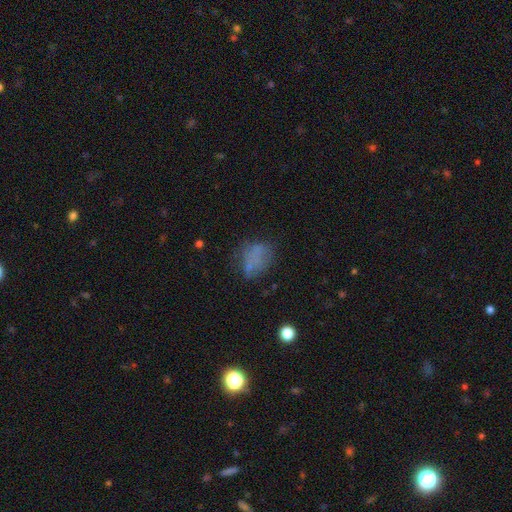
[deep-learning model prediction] Morphology: type=smooth (62%); roundness=in between (59%); merging=none (50%).